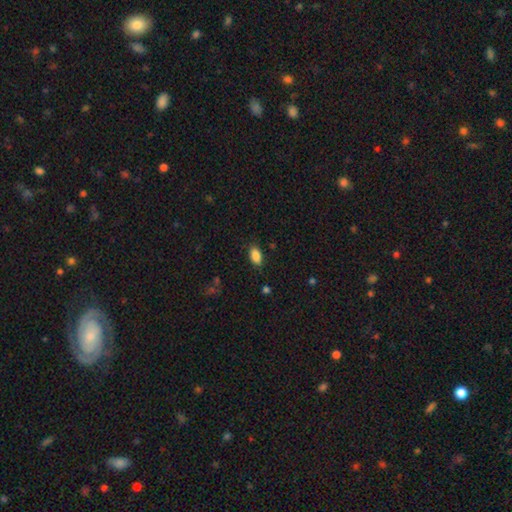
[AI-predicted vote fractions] A smooth galaxy with no disk features (88%) that is in between round and cigar-shaped (92%).

Vote fractions:
- Smooth or featured? smooth: 88% / star or artifact: 8% / featured or disk: 4%
- How rounded? in between: 92% / round: 4% / cigar-shaped: 4%
- Merging? none: 84% / minor disturbance: 12% / major disturbance: 3% / merger: 1%